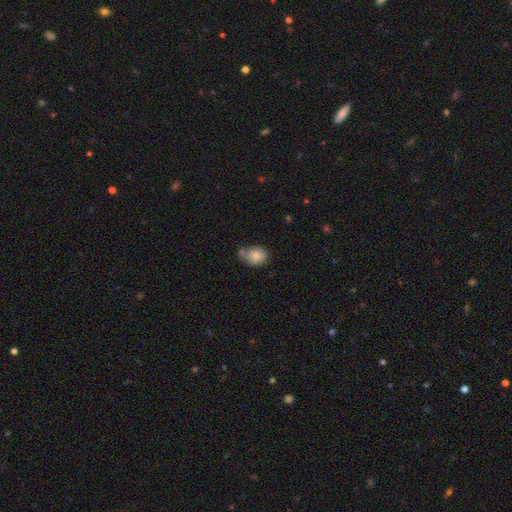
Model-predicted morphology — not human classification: Smooth or featured? Predicted: smooth (p=0.83). How rounded? Predicted: in between (p=0.53). Merging? Predicted: none (p=0.57).